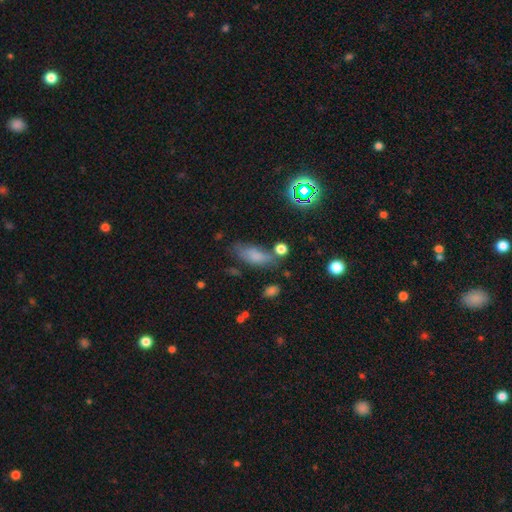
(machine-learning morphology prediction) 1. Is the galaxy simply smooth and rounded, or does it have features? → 69% smooth, 16% featured or disk, 15% star or artifact.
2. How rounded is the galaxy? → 76% in between, 19% cigar-shaped, 5% round.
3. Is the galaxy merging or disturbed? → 50% none, 27% minor disturbance, 13% major disturbance, 11% merger.